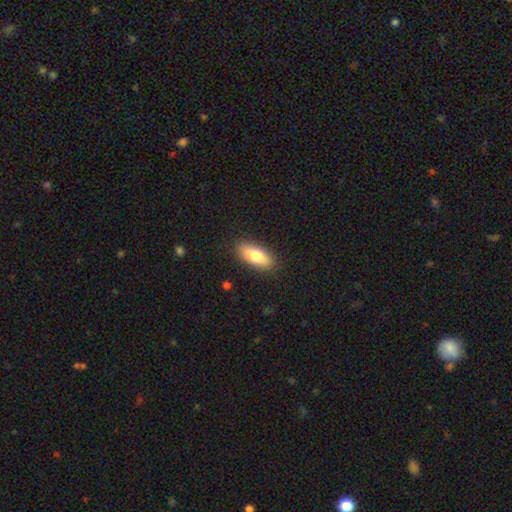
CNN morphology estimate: Q: Smooth or featured?
A: smooth (77%); runner-up: featured or disk (17%)
Q: How rounded?
A: in between (78%); runner-up: cigar-shaped (19%)
Q: Merging?
A: none (87%); runner-up: minor disturbance (10%)